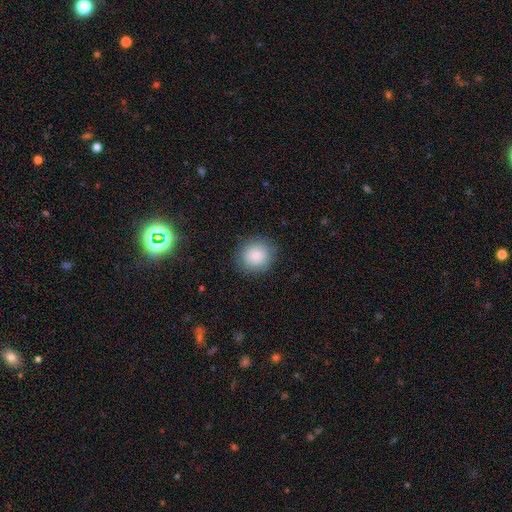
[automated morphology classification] Smooth or featured: smooth — 87% (star or artifact — 8%)
How rounded: round — 84% (in between — 15%)
Merging: none — 86% (minor disturbance — 10%)